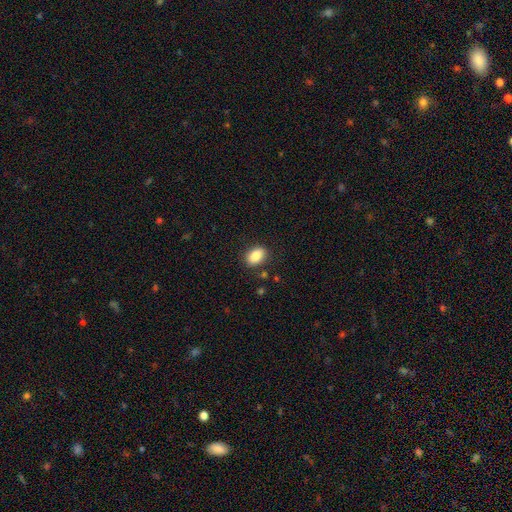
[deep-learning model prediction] Overall: smooth (86%). How rounded: in between (80%). Merging: none (85%).